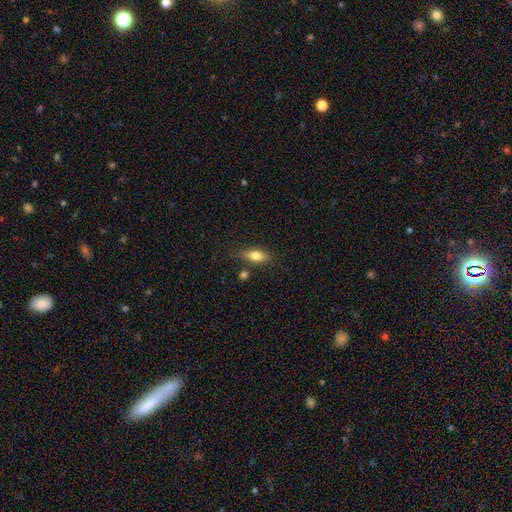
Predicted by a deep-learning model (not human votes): smooth-or-featured: smooth: 73% | featured or disk: 20% | star or artifact: 8%
  how-rounded: in between: 75% | cigar-shaped: 20% | round: 5%
  merging: none: 75% | minor disturbance: 15% | merger: 6% | major disturbance: 4%